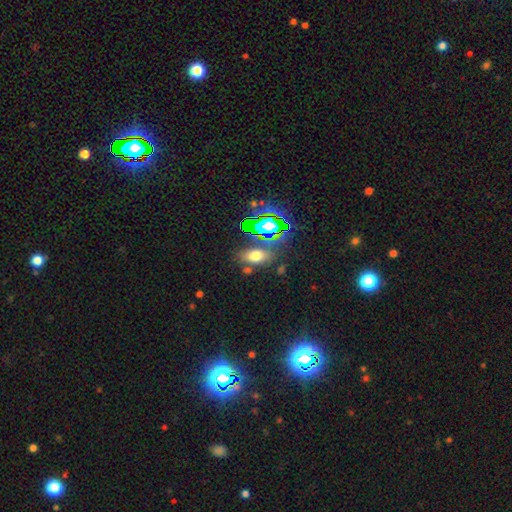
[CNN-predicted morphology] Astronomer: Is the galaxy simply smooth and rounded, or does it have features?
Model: smooth — 59%.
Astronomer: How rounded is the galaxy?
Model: in between — 80%.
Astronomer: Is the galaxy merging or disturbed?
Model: none — 74%.